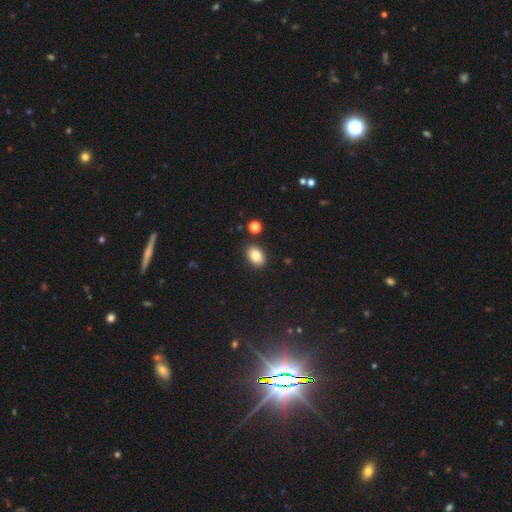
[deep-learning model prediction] A smooth galaxy with no disk features (82%) that is in between round and cigar-shaped (81%). Merging: none (86%).